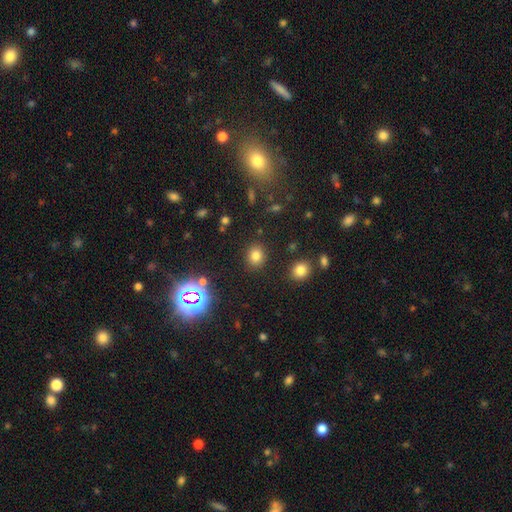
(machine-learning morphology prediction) The model was most divided on "how rounded": round: 70%, in between: 29%, cigar-shaped: 1%. More confident: merging — none (87%); smooth or featured — smooth (75%).